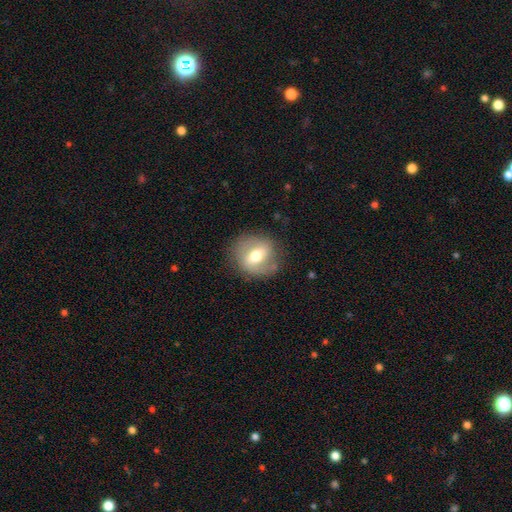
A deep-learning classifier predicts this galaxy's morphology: Smooth or featured? Predicted: smooth (p=0.47). Merging? Predicted: none (p=0.76).